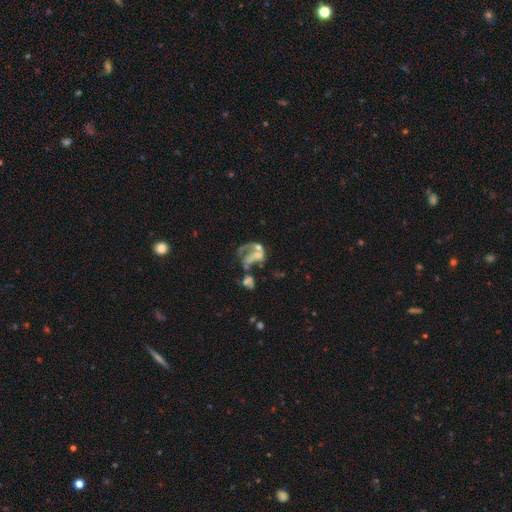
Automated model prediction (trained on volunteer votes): Overall: featured or disk (61%; smooth 24%). Edge-on disk: no (98%). Bar: no (77%). Spiral arms: no (68%; yes 32%). Bulge size: none (59%; small 19%). Merging: merger (40%; major disturbance 35%).